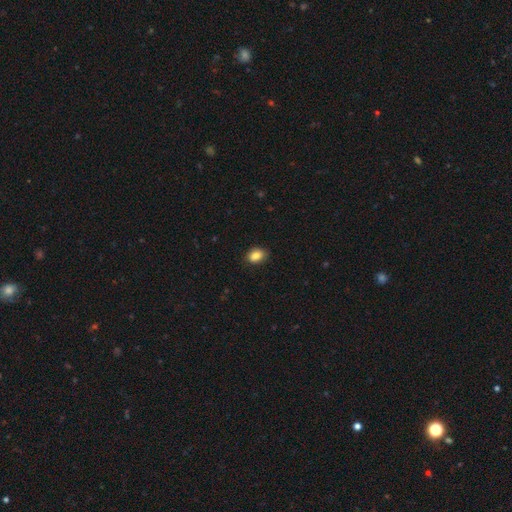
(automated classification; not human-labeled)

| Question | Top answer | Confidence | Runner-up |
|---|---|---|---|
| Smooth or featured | smooth | 85% | star or artifact (9%) |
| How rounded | in between | 69% | round (30%) |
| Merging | none | 86% | minor disturbance (11%) |